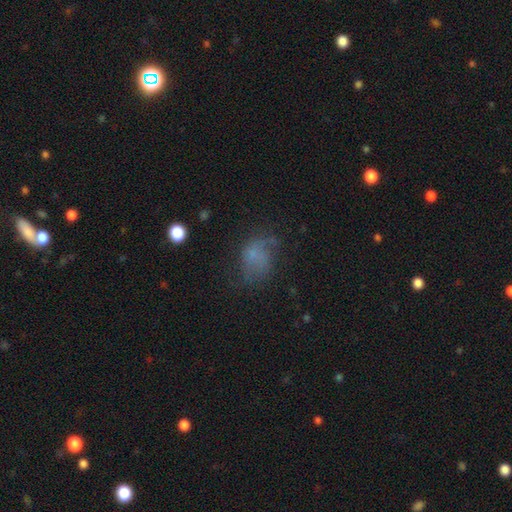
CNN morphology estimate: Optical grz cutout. It shows a smooth galaxy with no disk features (52%) that is in between round and cigar-shaped (65%). Merging: none (41%).